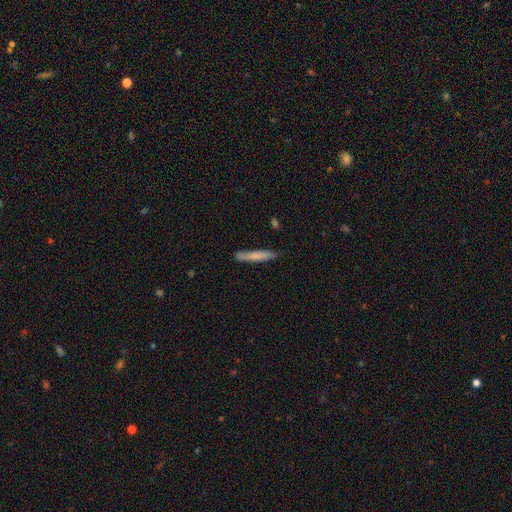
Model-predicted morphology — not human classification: Overall: smooth (73%). How rounded: cigar-shaped (93%). Merging: none (82%).